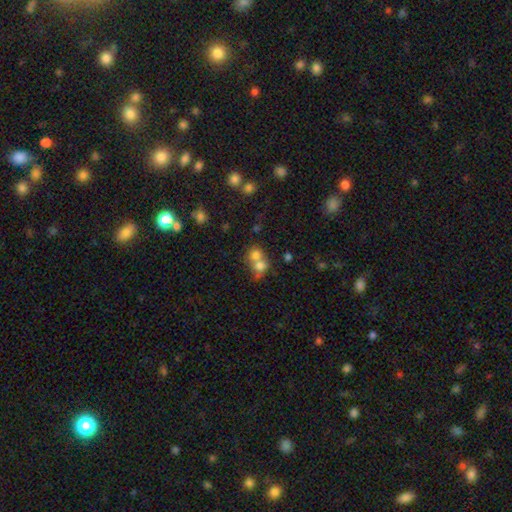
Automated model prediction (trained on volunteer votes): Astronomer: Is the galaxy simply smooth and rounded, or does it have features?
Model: smooth — 71%.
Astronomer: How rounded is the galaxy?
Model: round — 74%.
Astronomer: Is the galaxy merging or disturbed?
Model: merger — 65%.